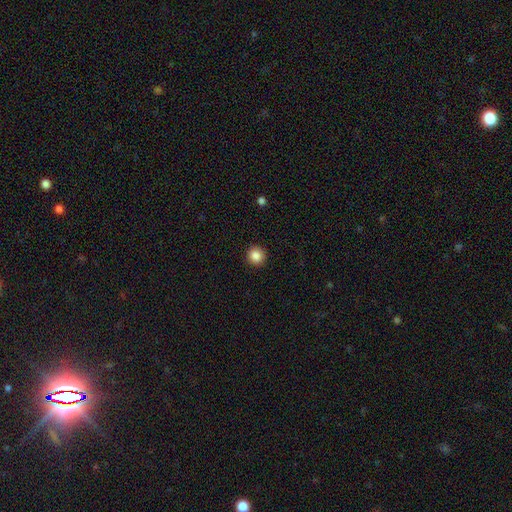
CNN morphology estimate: Overall: smooth (86%). How rounded: round (94%). Merging: none (93%).